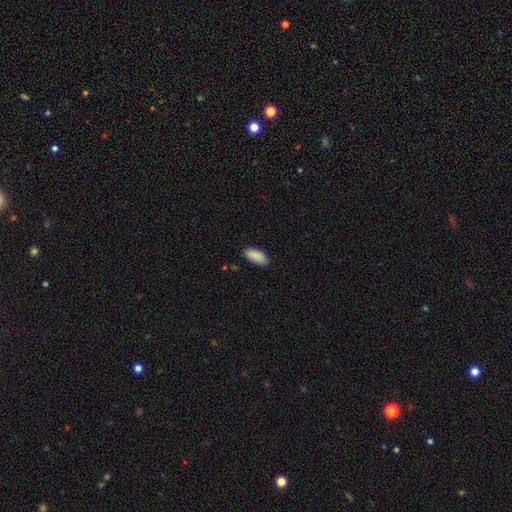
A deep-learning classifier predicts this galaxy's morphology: Smooth or featured? Predicted: smooth (p=0.89). How rounded? Predicted: in between (p=0.90). Merging? Predicted: none (p=0.84).